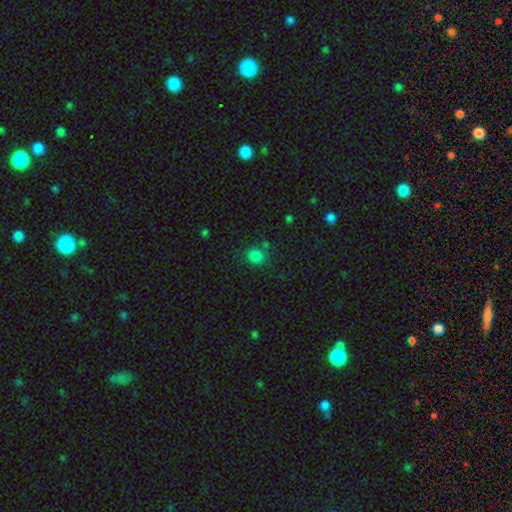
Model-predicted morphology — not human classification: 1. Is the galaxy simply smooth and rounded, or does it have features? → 81% smooth, 15% star or artifact, 4% featured or disk.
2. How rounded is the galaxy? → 62% round, 37% in between, 1% cigar-shaped.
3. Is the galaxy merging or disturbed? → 75% none, 14% minor disturbance, 6% merger, 5% major disturbance.